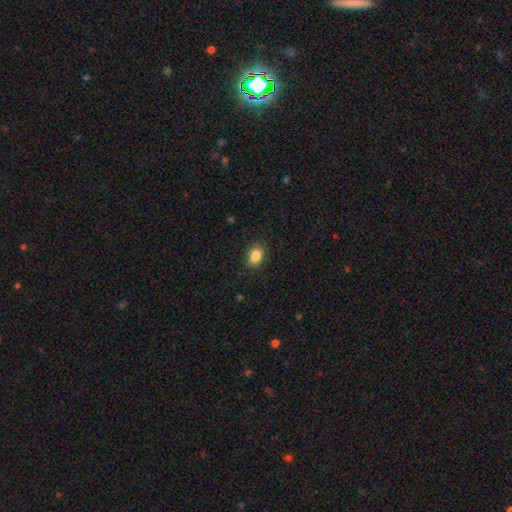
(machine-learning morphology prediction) A smooth galaxy with no disk features (86%) that is in between round and cigar-shaped (70%). Merging: none (87%).